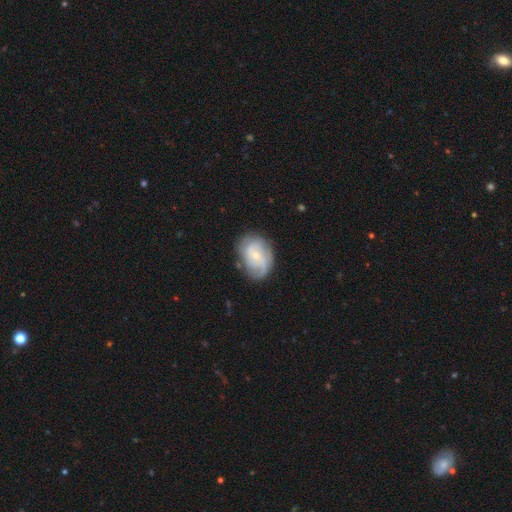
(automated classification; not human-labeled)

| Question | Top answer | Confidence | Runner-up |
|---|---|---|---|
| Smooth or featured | featured or disk | 66% | smooth (28%) |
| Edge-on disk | no | 97% | yes (3%) |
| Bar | no | 63% | weak (32%) |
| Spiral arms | yes | 88% | no (12%) |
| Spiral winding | medium | 40% | tight (36%) |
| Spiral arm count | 2 | 35% | can't tell (32%) |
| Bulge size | small | 68% | moderate (24%) |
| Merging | none | 65% | minor disturbance (23%) |